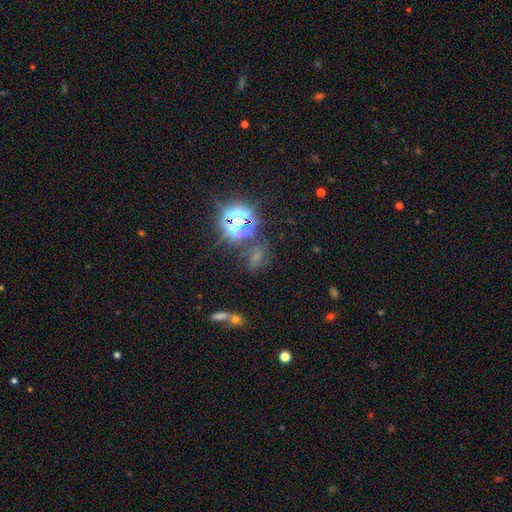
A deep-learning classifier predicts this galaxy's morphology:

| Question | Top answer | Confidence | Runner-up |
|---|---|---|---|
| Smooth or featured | star or artifact | 53% | smooth (28%) |